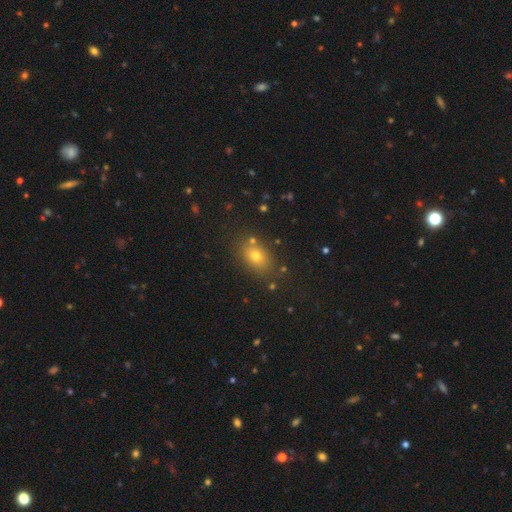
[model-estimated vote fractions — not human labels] The model was most divided on "how rounded": in between: 72%, round: 26%, cigar-shaped: 2%. More confident: merging — none (79%); smooth or featured — smooth (70%).